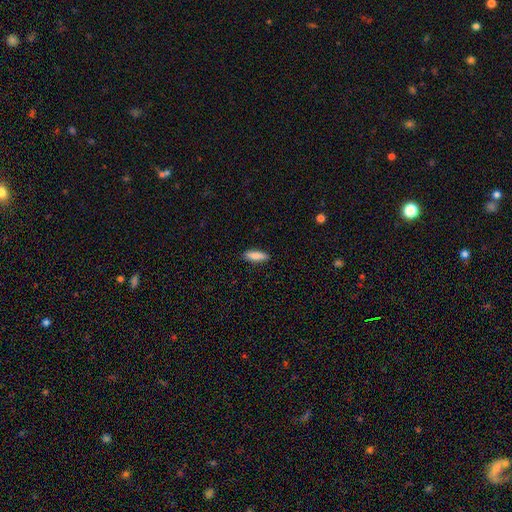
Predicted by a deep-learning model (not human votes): Overall: smooth (86%). How rounded: in between (54%; cigar-shaped 44%). Merging: none (89%).